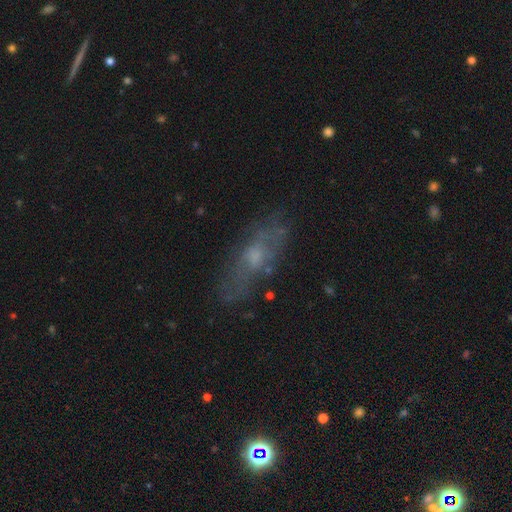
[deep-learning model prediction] This appears to be a featured or disk galaxy (49%). Merging: none (68%).